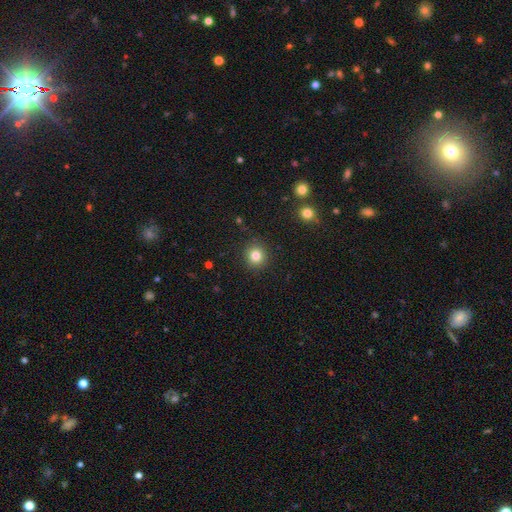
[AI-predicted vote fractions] This appears to be a smooth galaxy with no disk features (82%) that is round (91%). Merging: none (91%).